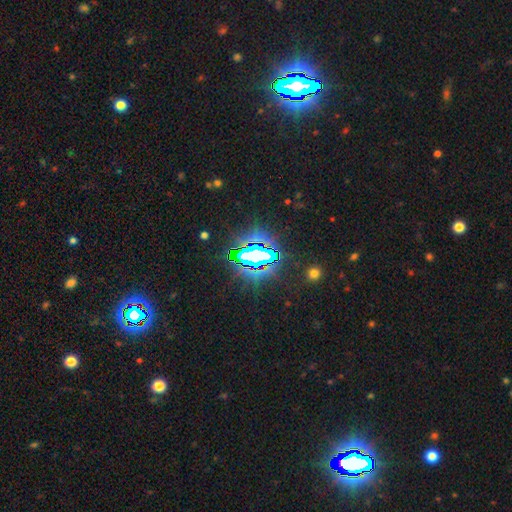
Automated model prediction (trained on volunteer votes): Q: Smooth or featured?
A: star or artifact (76%); runner-up: smooth (13%)